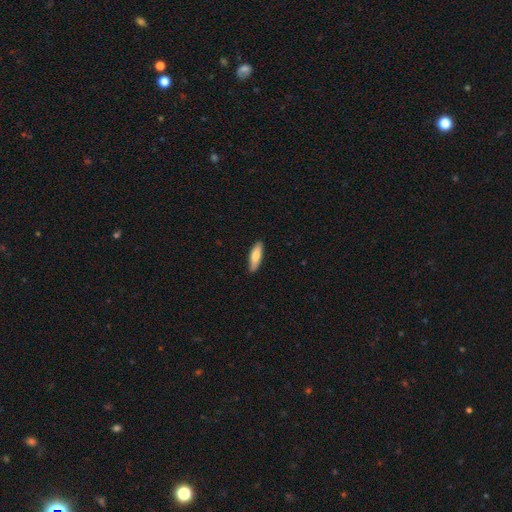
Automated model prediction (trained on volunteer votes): A smooth galaxy with no disk features (78%) that is cigar-shaped (54%).

Vote fractions:
- Smooth or featured? smooth: 78% / featured or disk: 16% / star or artifact: 5%
- How rounded? cigar-shaped: 54% / in between: 44% / round: 2%
- Merging? none: 87% / minor disturbance: 10% / major disturbance: 2% / merger: 1%